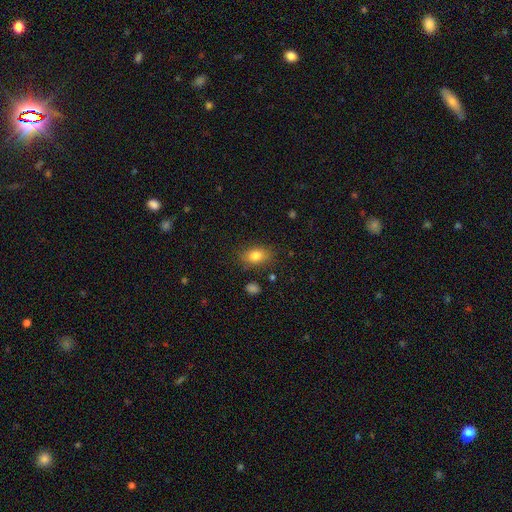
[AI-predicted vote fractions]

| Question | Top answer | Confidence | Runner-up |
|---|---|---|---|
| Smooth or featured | smooth | 80% | featured or disk (10%) |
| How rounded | in between | 80% | round (17%) |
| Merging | none | 82% | minor disturbance (13%) |